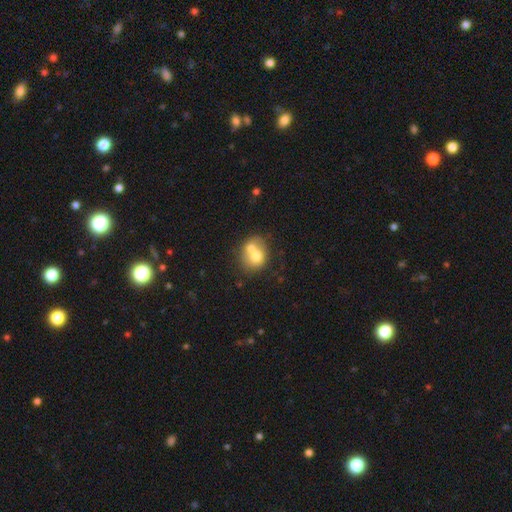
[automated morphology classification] Smooth or featured: smooth — 65% (featured or disk — 26%)
How rounded: round — 65% (in between — 34%)
Merging: merger — 62% (none — 27%)